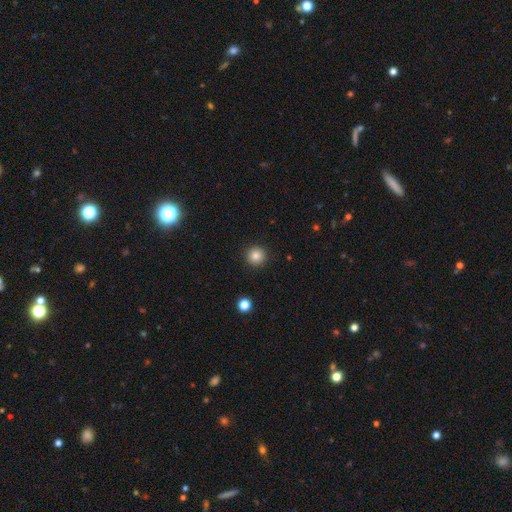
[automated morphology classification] smooth 83%, star or artifact 11%, featured or disk 6%. Down the decision tree: how rounded — round (95%); merging — none (92%).